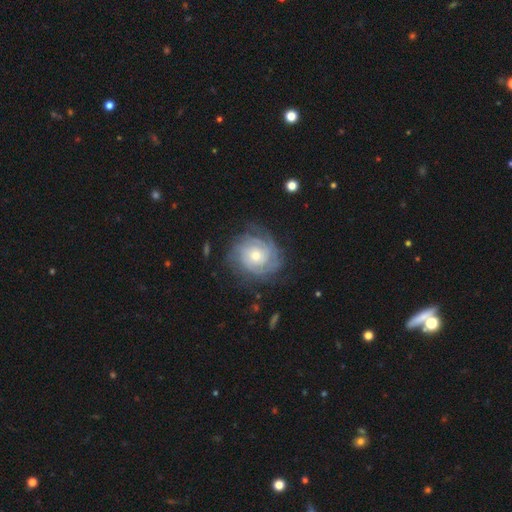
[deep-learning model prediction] The model was most divided on "bulge size": moderate: 50%, small: 45%, large: 3%, none: 1%, dominant: 1%. Remaining: edge-on disk — no (98%); spiral arms — yes (96%); smooth or featured — featured or disk (83%); bar — no (78%); spiral winding — tight (77%); merging — none (77%); spiral arm count — can't tell (35%).